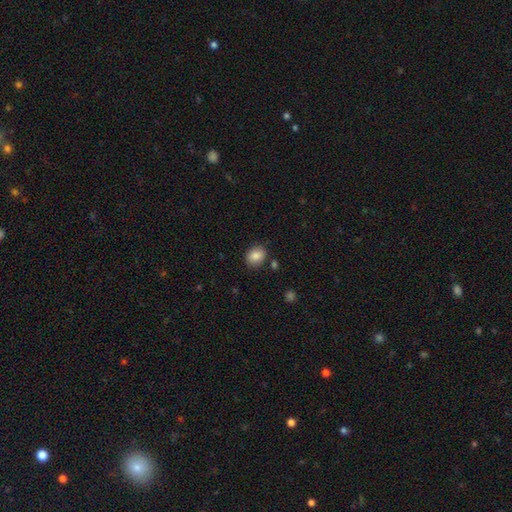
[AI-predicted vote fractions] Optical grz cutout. It shows a smooth galaxy with no disk features (85%) that is round (50%). Merging: none (82%).